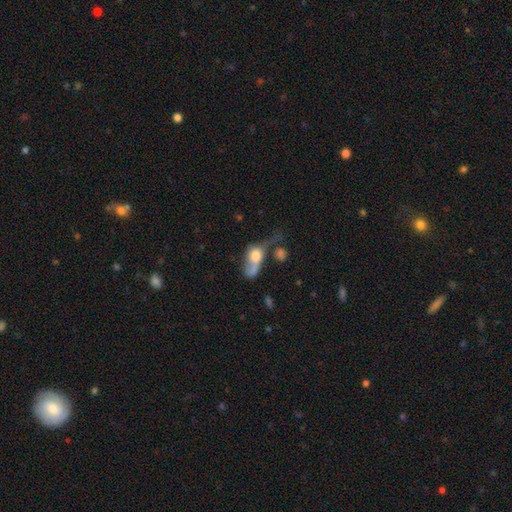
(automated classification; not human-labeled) Smooth or featured?
  - smooth: 59% *
  - featured or disk: 32%
  - star or artifact: 9%
How rounded?
  - in between: 70% *
  - round: 23%
  - cigar-shaped: 7%
Merging?
  - major disturbance: 43% *
  - merger: 26%
  - none: 16%
  - minor disturbance: 15%